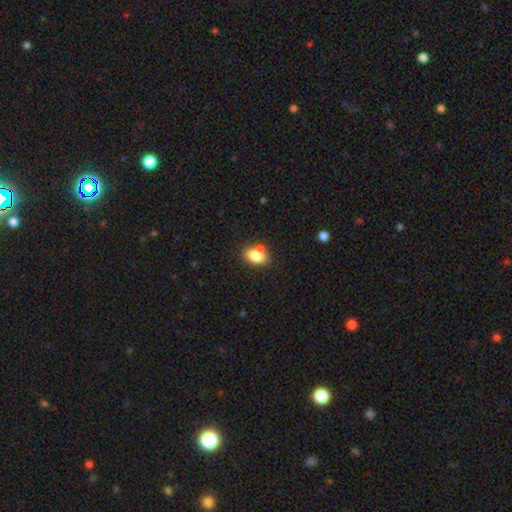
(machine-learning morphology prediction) This appears to be a smooth galaxy with no disk features (82%) that is in between round and cigar-shaped (84%). Merging: none (65%).